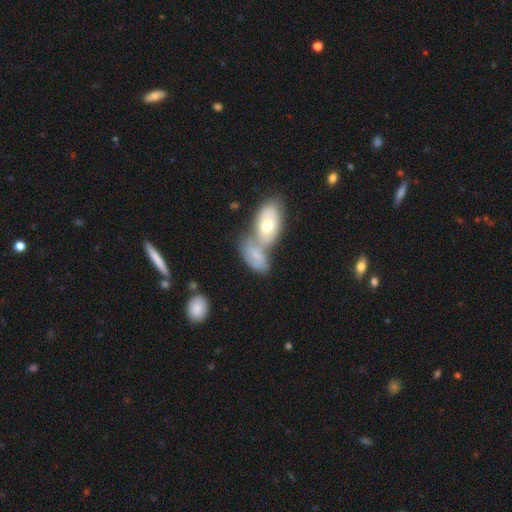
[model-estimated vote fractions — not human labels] smooth 51%, featured or disk 41%, star or artifact 7%. Down the decision tree: how rounded — in between (88%); merging — merger (57%).